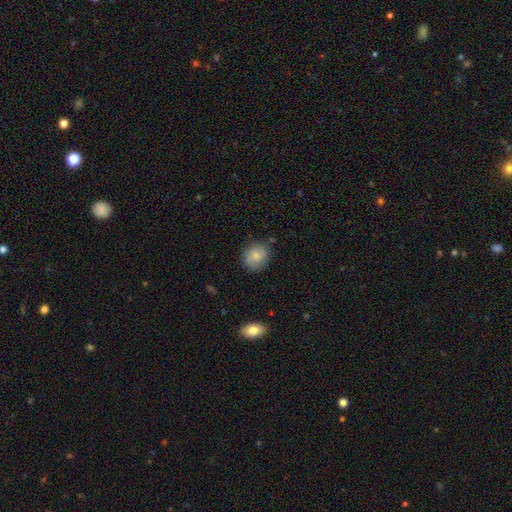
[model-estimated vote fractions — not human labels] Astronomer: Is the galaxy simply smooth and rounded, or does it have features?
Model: smooth — 81%.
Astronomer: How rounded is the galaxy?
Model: round — 73%.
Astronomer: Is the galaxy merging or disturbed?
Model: none — 80%.